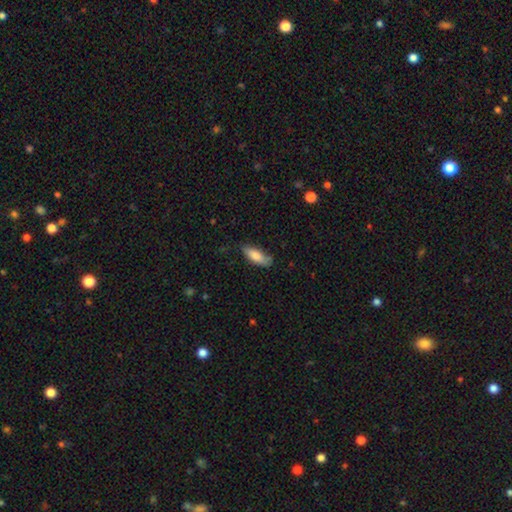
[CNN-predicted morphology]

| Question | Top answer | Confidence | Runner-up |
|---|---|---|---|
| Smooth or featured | smooth | 81% | featured or disk (13%) |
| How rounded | in between | 68% | cigar-shaped (30%) |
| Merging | none | 67% | minor disturbance (26%) |